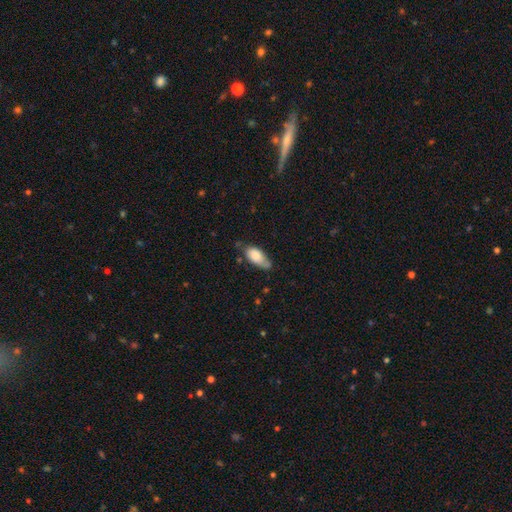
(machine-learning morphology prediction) A smooth galaxy with no disk features (80%) that is in between round and cigar-shaped (89%). Merging: none (48%).